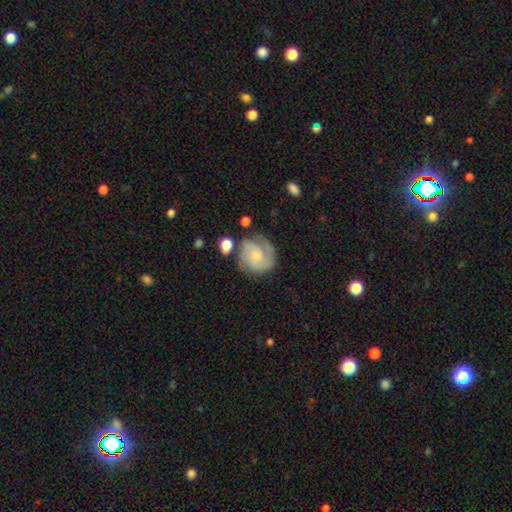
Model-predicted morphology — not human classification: Q: Smooth or featured?
A: featured or disk (65%); runner-up: smooth (28%)
Q: Edge-on disk?
A: no (98%); runner-up: yes (2%)
Q: Bar?
A: no (73%); runner-up: weak (24%)
Q: Spiral arms?
A: yes (91%); runner-up: no (9%)
Q: Spiral winding?
A: tight (50%); runner-up: medium (36%)
Q: Spiral arm count?
A: 2 (49%); runner-up: can't tell (19%)
Q: Bulge size?
A: small (53%); runner-up: moderate (26%)
Q: Merging?
A: none (61%); runner-up: minor disturbance (21%)